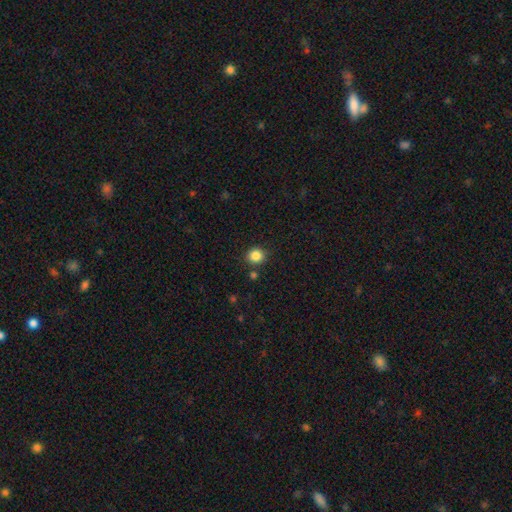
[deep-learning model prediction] Smooth or featured? Predicted: smooth (p=0.85). How rounded? Predicted: round (p=0.87). Merging? Predicted: none (p=0.86).